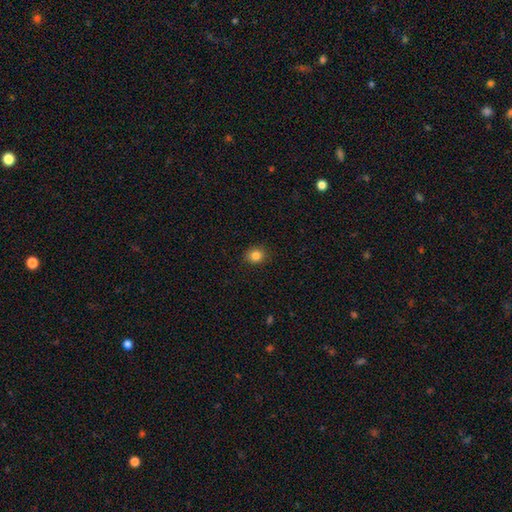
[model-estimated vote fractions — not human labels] smooth 84%, star or artifact 11%, featured or disk 5%. Down the decision tree: how rounded — round (75%); merging — none (90%).